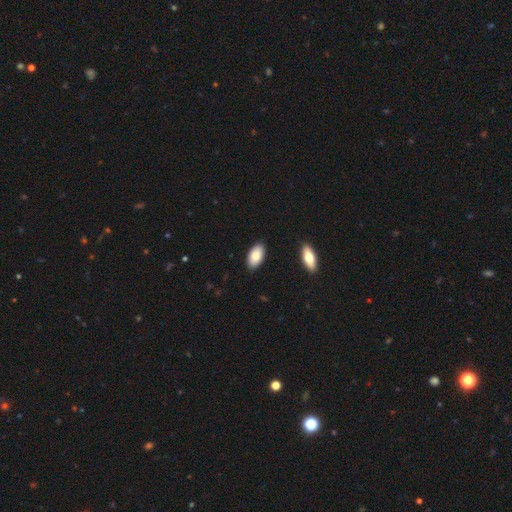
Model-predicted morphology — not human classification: type=smooth (85%); roundness=in between (95%); merging=none (88%).